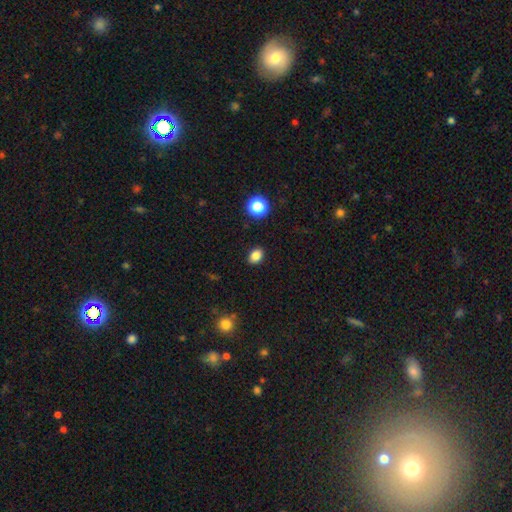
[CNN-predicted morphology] The model was most divided on "how rounded": in between: 69%, round: 30%, cigar-shaped: 1%. More confident: merging — none (89%); smooth or featured — smooth (84%).